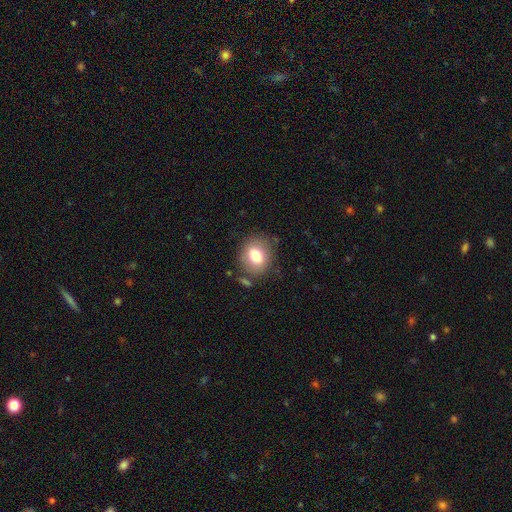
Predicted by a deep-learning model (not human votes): smooth_or_featured: smooth (p=0.76) [alt: featured or disk p=0.15]
how_rounded: round (p=0.65) [alt: in between p=0.34]
merging: none (p=0.80) [alt: minor disturbance p=0.12]